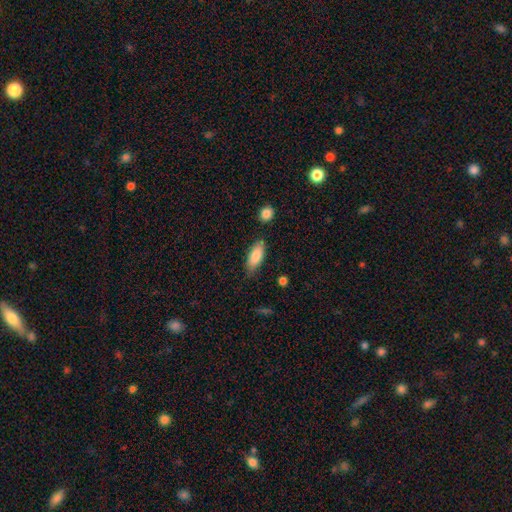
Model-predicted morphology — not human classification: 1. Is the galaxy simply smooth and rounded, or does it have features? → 83% smooth, 11% featured or disk, 6% star or artifact.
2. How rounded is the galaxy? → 74% in between, 24% cigar-shaped, 2% round.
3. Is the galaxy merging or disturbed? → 79% none, 15% minor disturbance, 4% merger, 3% major disturbance.